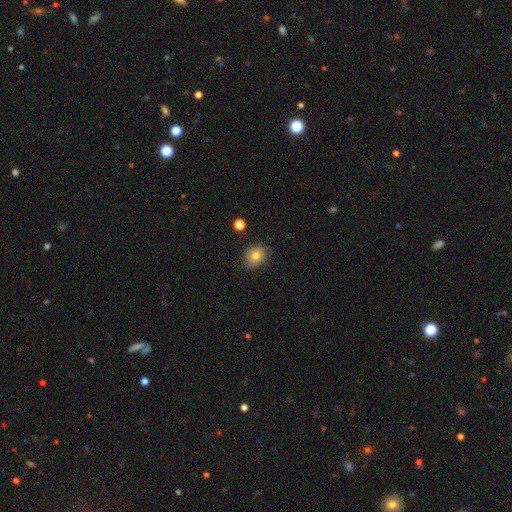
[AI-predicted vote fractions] Smooth or featured? smooth (75%)
How rounded? round (69%)
Merging? none (81%)